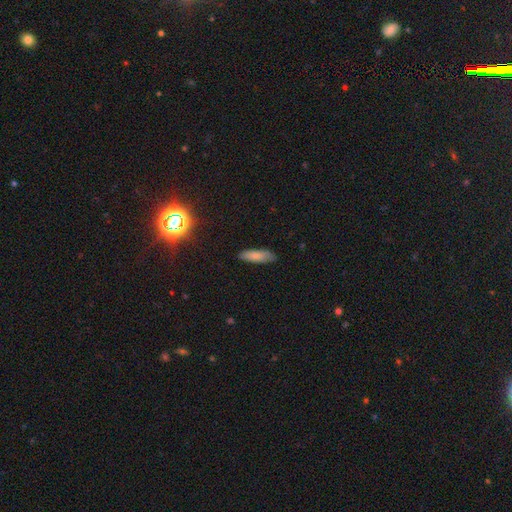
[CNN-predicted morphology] Smooth or featured? smooth (81%)
How rounded? cigar-shaped (50%)
Merging? none (82%)